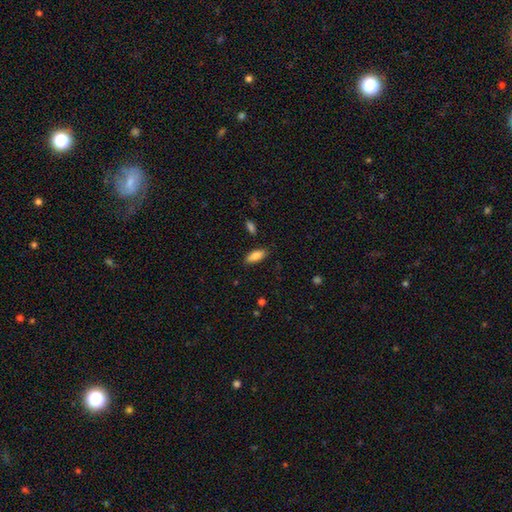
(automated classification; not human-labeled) This appears to be a smooth galaxy with no disk features (84%) that is in between round and cigar-shaped (82%). Merging: none (83%).